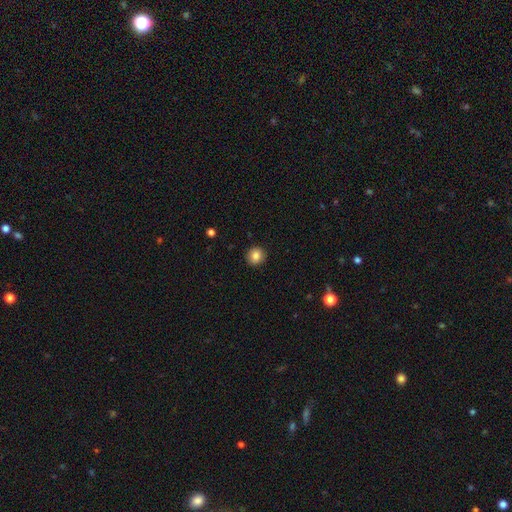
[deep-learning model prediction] smooth 85%, star or artifact 10%, featured or disk 6%. Down the decision tree: how rounded — round (92%); merging — none (92%).